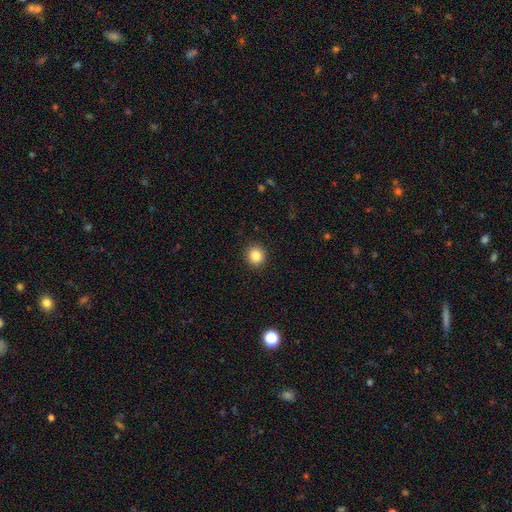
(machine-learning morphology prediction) This appears to be a smooth galaxy with no disk features (85%) that is round (89%). Merging: none (92%).